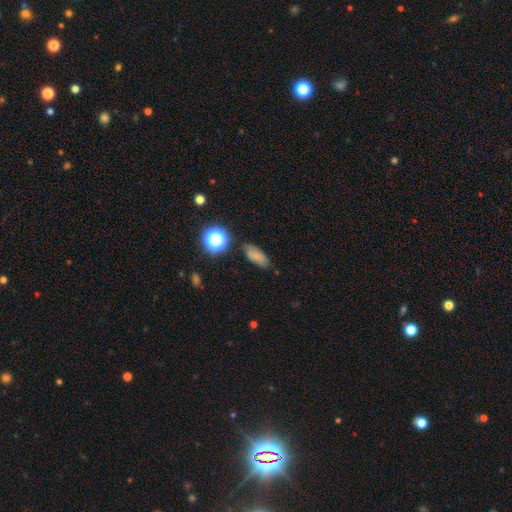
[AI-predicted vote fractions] This appears to be a smooth galaxy with no disk features (73%) that is in between round and cigar-shaped (78%). Merging: none (76%).